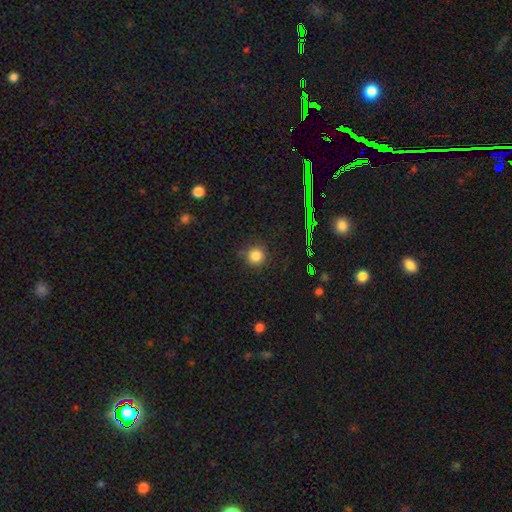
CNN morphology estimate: Smooth or featured: smooth — 81% (star or artifact — 15%)
How rounded: round — 92% (in between — 7%)
Merging: none — 85% (minor disturbance — 10%)